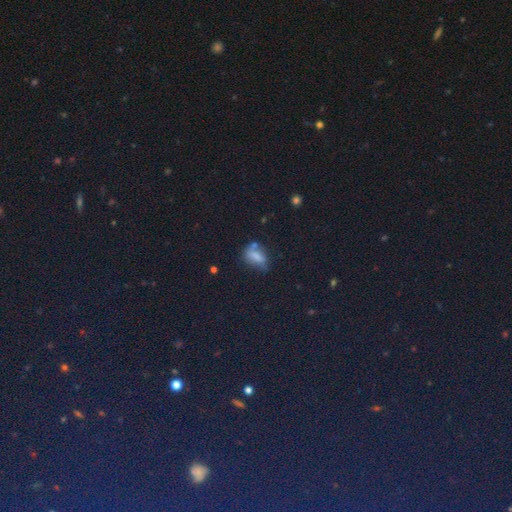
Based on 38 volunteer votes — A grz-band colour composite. It shows a smooth galaxy with no disk features (55%) that is in between round and cigar-shaped (90%). Merging: minor disturbance (36%).